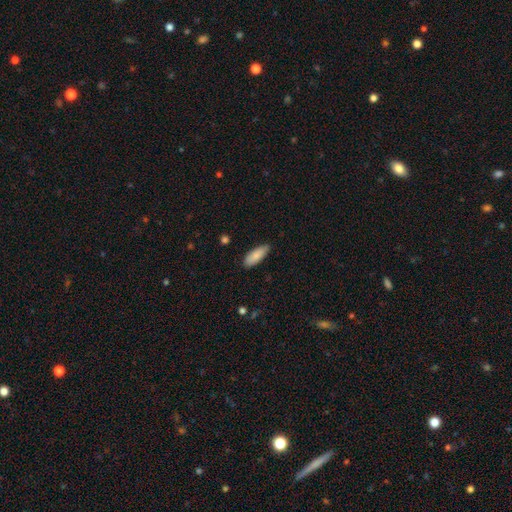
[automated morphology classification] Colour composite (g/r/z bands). It shows a smooth galaxy with no disk features (86%) that is in between round and cigar-shaped (72%). Merging: none (81%).